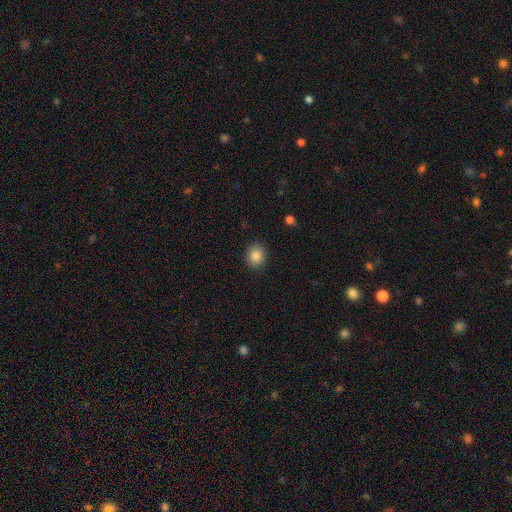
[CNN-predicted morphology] This appears to be a smooth galaxy with no disk features (86%) that is round (64%). Merging: none (89%).